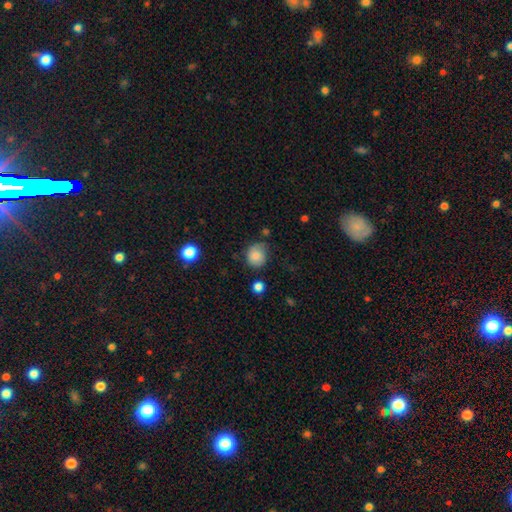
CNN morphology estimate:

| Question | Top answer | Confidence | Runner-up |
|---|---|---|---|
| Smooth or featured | smooth | 81% | star or artifact (9%) |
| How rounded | round | 75% | in between (24%) |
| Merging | none | 61% | minor disturbance (28%) |